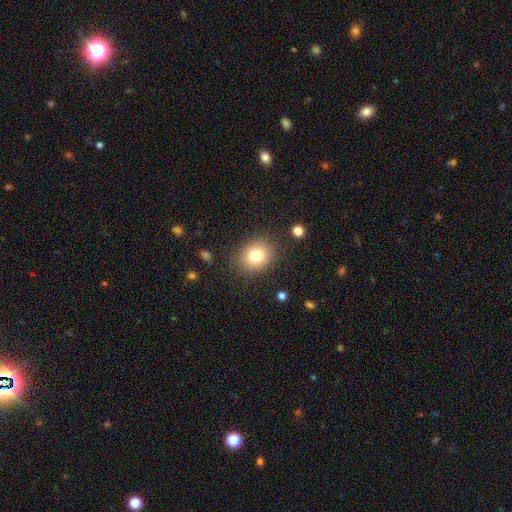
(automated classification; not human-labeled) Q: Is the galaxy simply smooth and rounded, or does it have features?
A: smooth — 79%.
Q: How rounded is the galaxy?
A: round — 60%.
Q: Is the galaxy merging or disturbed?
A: none — 84%.